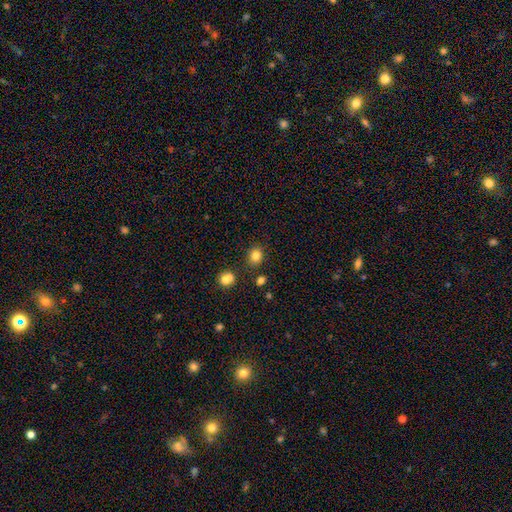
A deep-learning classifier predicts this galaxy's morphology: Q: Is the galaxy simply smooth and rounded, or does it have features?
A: smooth — 83%.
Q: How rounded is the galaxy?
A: round — 59%.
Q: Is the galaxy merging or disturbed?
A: none — 82%.